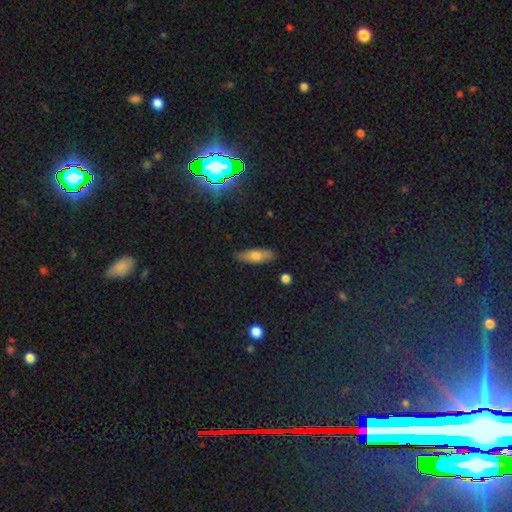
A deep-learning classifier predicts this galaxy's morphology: A smooth galaxy with no disk features (68%) that is in between round and cigar-shaped (57%).

Vote fractions:
- Smooth or featured? smooth: 68% / featured or disk: 24% / star or artifact: 8%
- How rounded? in between: 57% / cigar-shaped: 41% / round: 3%
- Merging? none: 85% / minor disturbance: 11% / major disturbance: 2% / merger: 1%